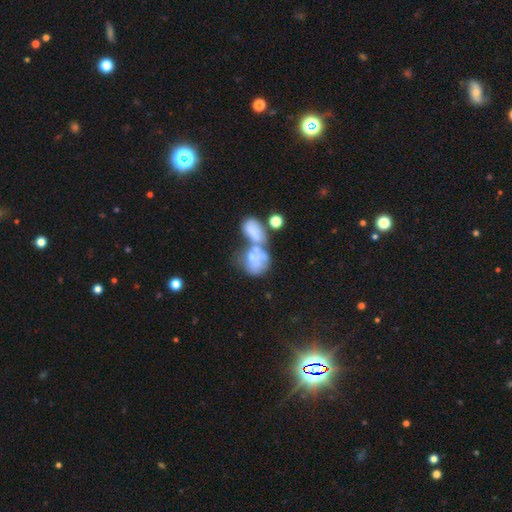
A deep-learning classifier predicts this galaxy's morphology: This appears to be a smooth galaxy with no disk features (50%) that is in between round and cigar-shaped (68%). Merging: merger (66%).